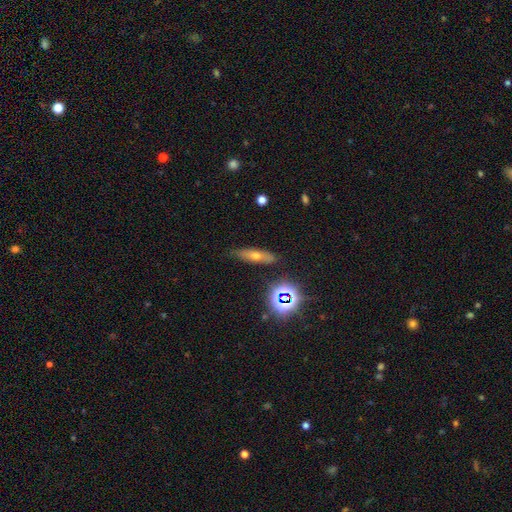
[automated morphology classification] Overall: smooth (50%; featured or disk 33%). Merging: none (80%).